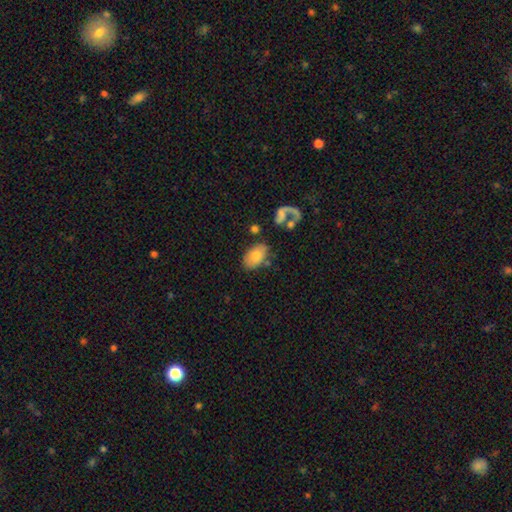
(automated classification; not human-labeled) Overall: smooth (73%). How rounded: in between (89%). Merging: none (68%).